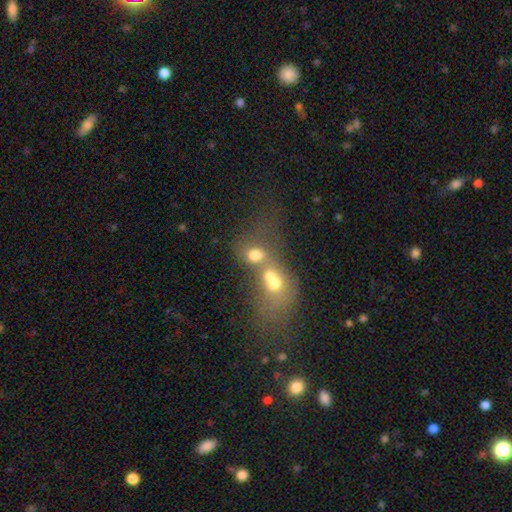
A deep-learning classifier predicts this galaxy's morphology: smooth_or_featured: smooth (p=0.56) [alt: featured or disk p=0.28]
how_rounded: round (p=0.52) [alt: in between p=0.45]
merging: merger (p=0.73) [alt: none p=0.14]